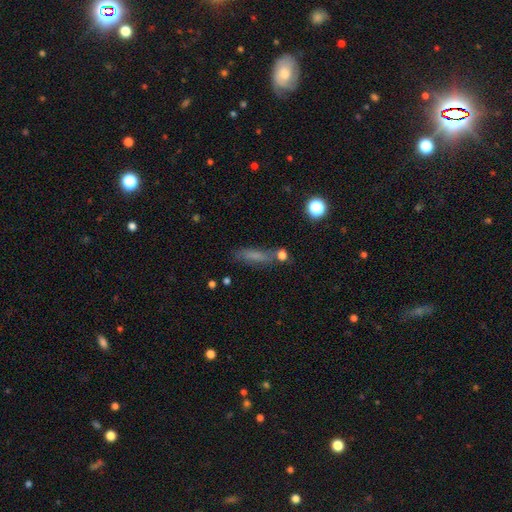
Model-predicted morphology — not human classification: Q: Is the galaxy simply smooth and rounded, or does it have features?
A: smooth — 62%.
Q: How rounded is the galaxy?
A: cigar-shaped — 68%.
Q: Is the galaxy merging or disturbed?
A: none — 66%.